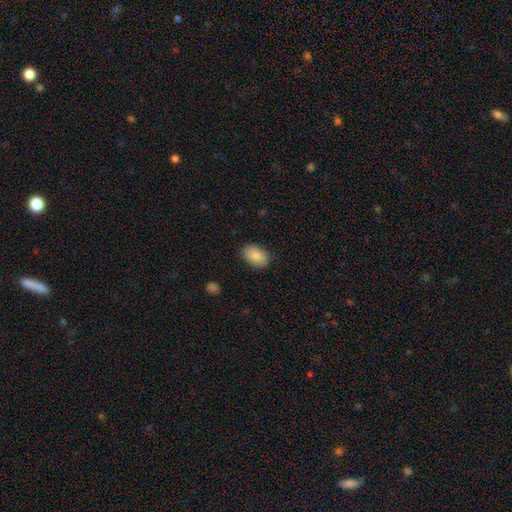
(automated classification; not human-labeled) A smooth galaxy with no disk features (88%) that is in between round and cigar-shaped (91%).

Vote fractions:
- Smooth or featured? smooth: 88% / star or artifact: 7% / featured or disk: 5%
- How rounded? in between: 91% / round: 8% / cigar-shaped: 1%
- Merging? none: 86% / minor disturbance: 11% / major disturbance: 3% / merger: 1%